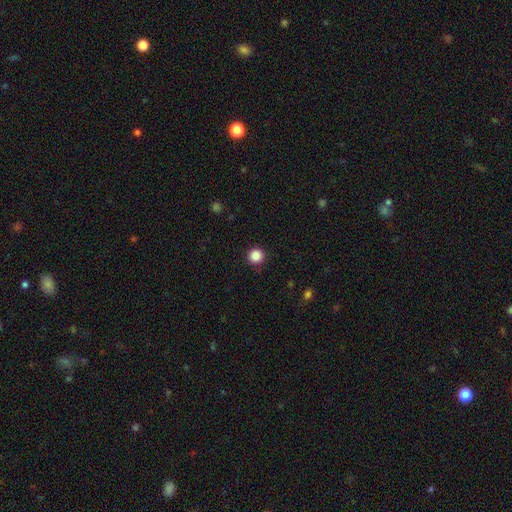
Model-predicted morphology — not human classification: Smooth or featured: smooth — 86% (star or artifact — 11%)
How rounded: round — 95% (in between — 4%)
Merging: none — 92% (minor disturbance — 5%)